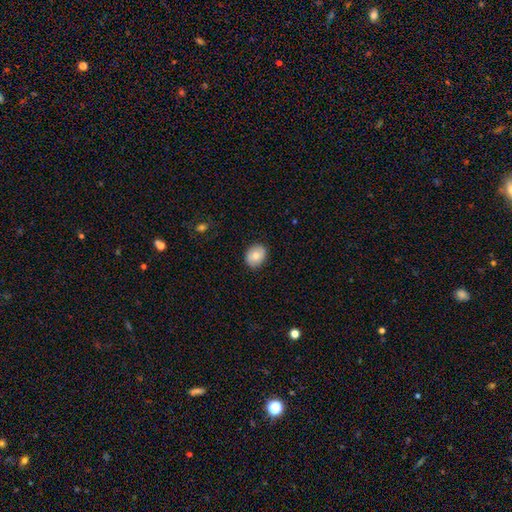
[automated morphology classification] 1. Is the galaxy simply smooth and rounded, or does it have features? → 73% smooth, 19% featured or disk, 7% star or artifact.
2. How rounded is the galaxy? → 50% round, 49% in between, 1% cigar-shaped.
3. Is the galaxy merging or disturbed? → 86% none, 11% minor disturbance, 2% major disturbance, 1% merger.